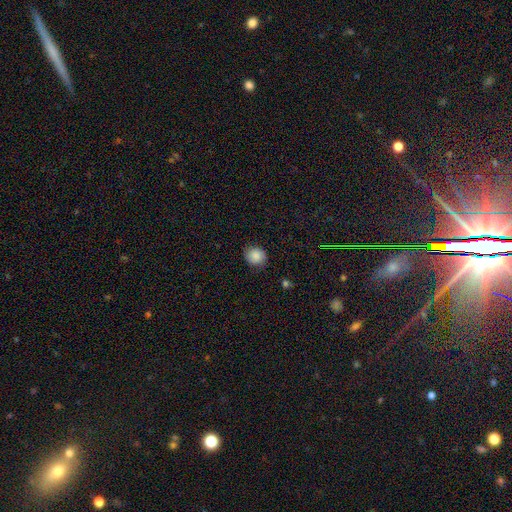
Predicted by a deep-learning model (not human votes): A smooth galaxy with no disk features (84%) that is round (75%). Merging: none (81%).